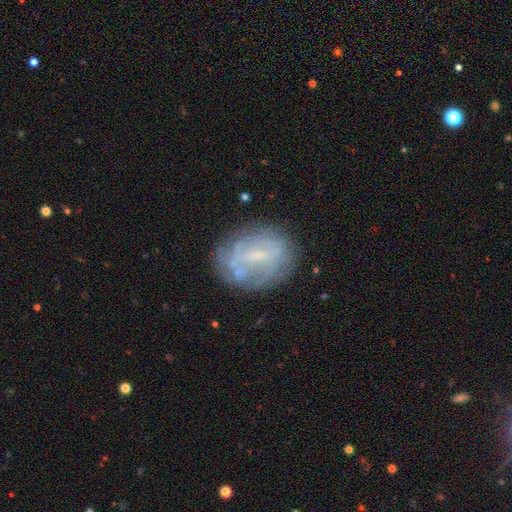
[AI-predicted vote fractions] Overall: featured or disk (64%; smooth 25%). Edge-on disk: no (96%). Bar: weak (49%; no 28%). Spiral arms: yes (53%; no 47%). Bulge size: small (59%; none 21%). Merging: none (70%).